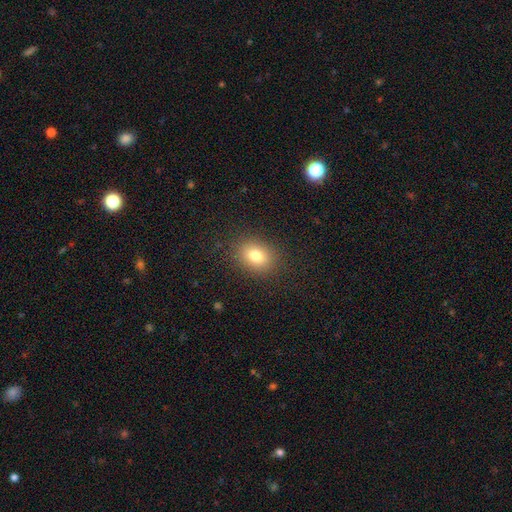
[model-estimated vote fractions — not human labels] The model was most divided on "how rounded": in between: 59%, round: 40%, cigar-shaped: 1%. More confident: merging — none (87%); smooth or featured — smooth (79%).